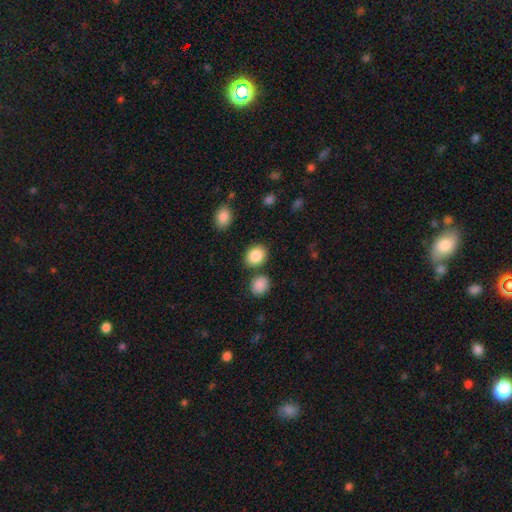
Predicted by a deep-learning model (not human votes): Smooth or featured?
  - smooth: 87% *
  - star or artifact: 8%
  - featured or disk: 5%
How rounded?
  - round: 53% *
  - in between: 46%
  - cigar-shaped: 1%
Merging?
  - none: 77% *
  - minor disturbance: 10%
  - merger: 9%
  - major disturbance: 3%